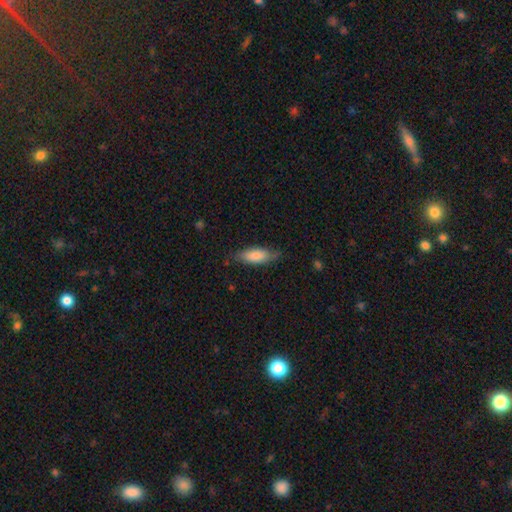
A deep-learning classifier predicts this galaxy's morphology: A smooth galaxy with no disk features (79%) that is in between round and cigar-shaped (67%). Merging: none (74%).